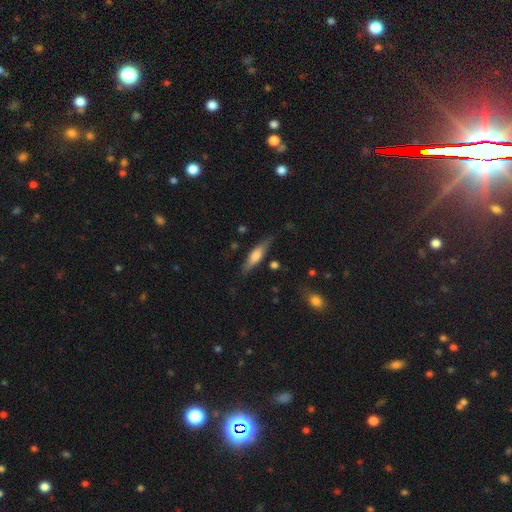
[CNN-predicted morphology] This appears to be a smooth galaxy with no disk features (55%) that is cigar-shaped (70%). Merging: none (79%).